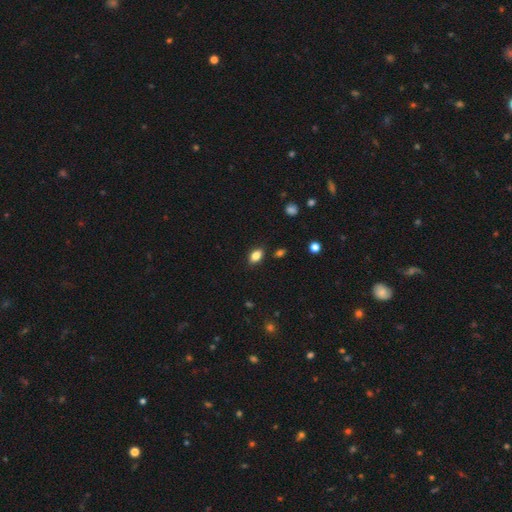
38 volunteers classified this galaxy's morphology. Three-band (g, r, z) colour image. It shows a smooth galaxy with no disk features (82%) that is in between round and cigar-shaped (87%). Merging: none (69%).